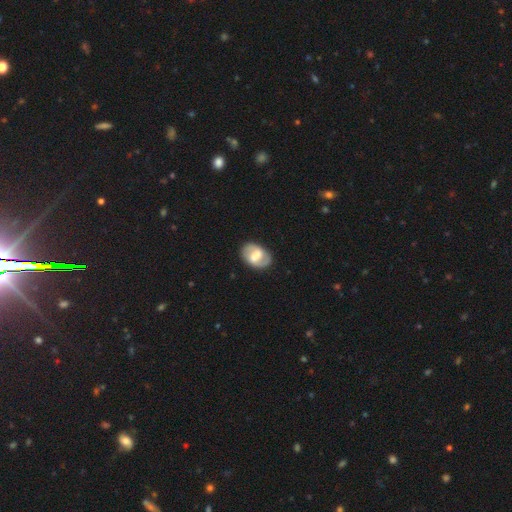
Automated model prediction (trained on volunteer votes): Morphology: type=featured or disk (64%); edge-on=no (96%); bar=weak (42%); spiral arms=yes (74%); bulge=large (35%, tied with moderate); merging=none (82%).